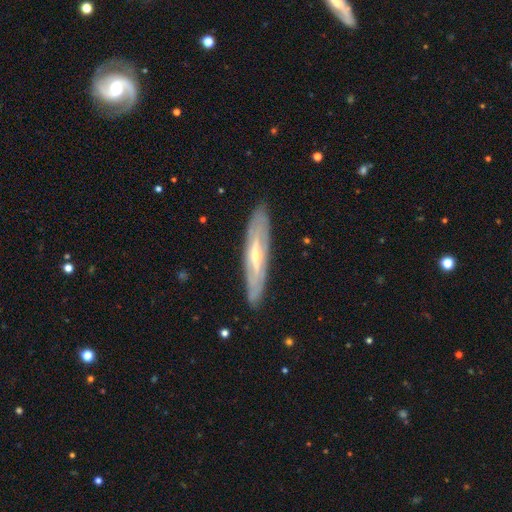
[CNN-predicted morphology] This is likely a featured or disk galaxy (72%). It is possibly viewed edge-on (54%). Merging: clearly none (87%).